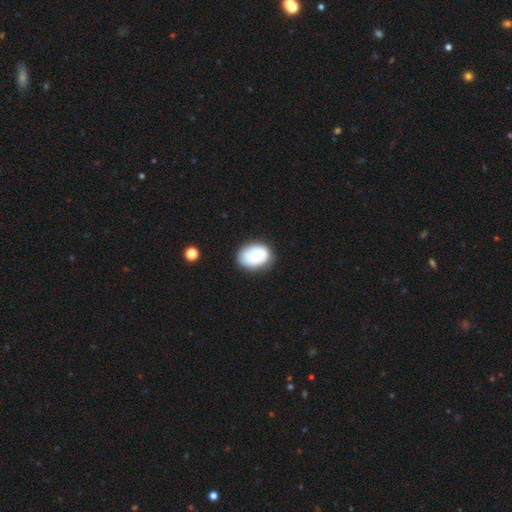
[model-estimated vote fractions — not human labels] smooth_or_featured: smooth (p=0.63) [alt: featured or disk p=0.30]
how_rounded: in between (p=0.70) [alt: round p=0.29]
merging: none (p=0.75) [alt: minor disturbance p=0.19]